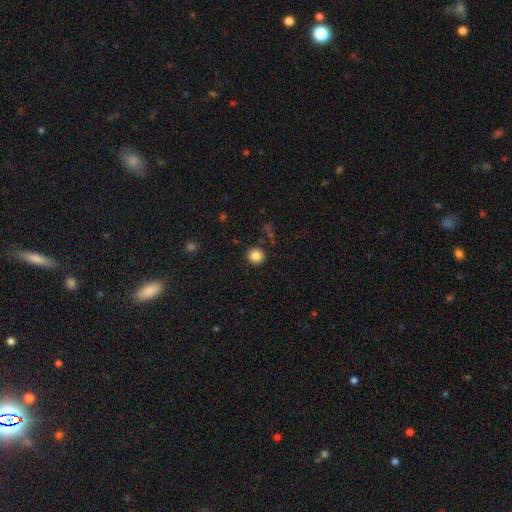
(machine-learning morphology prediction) Smooth or featured?
  - smooth: 85% *
  - star or artifact: 10%
  - featured or disk: 5%
How rounded?
  - round: 91% *
  - in between: 8%
  - cigar-shaped: 1%
Merging?
  - none: 90% *
  - minor disturbance: 6%
  - major disturbance: 2%
  - merger: 2%